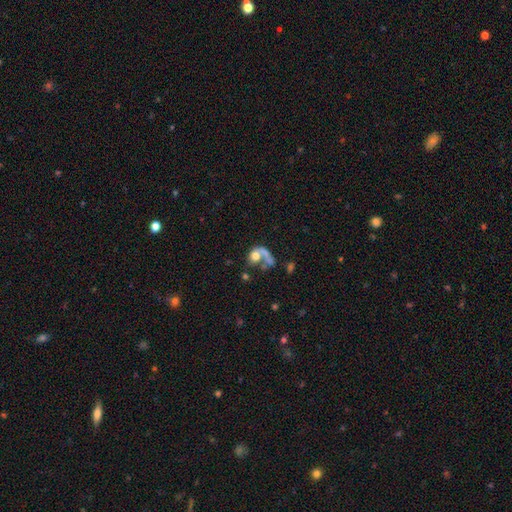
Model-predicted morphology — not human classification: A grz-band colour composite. It shows a featured or disk galaxy (44%). Merging: merger (41%).